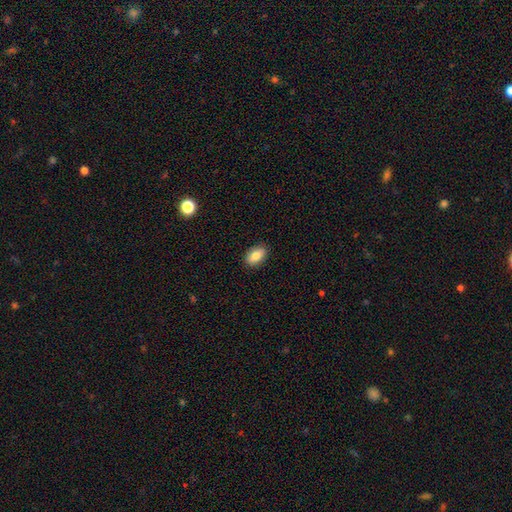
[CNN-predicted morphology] Smooth or featured? smooth (81%)
How rounded? in between (90%)
Merging? none (89%)